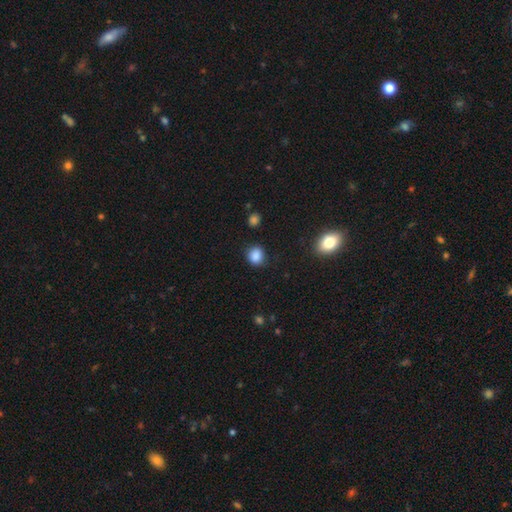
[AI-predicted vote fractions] This appears to be a smooth galaxy with no disk features (86%) that is round (77%). Merging: none (84%).